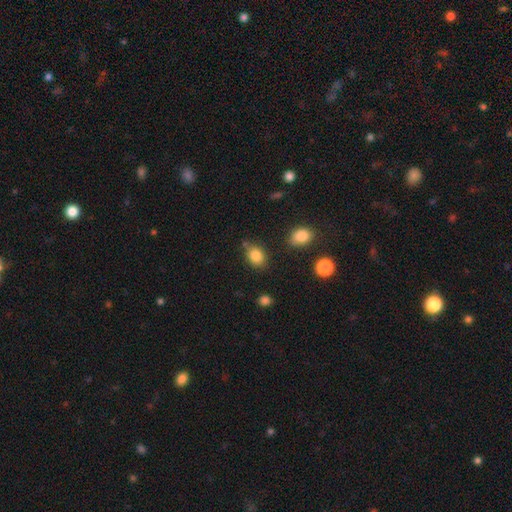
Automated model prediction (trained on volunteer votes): Smooth or featured? smooth (84%)
How rounded? in between (63%)
Merging? none (73%)